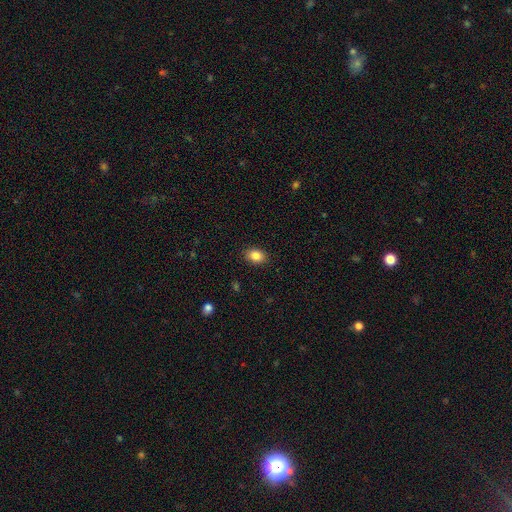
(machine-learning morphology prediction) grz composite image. It shows a smooth galaxy with no disk features (86%) that is in between round and cigar-shaped (75%). Merging: none (89%).